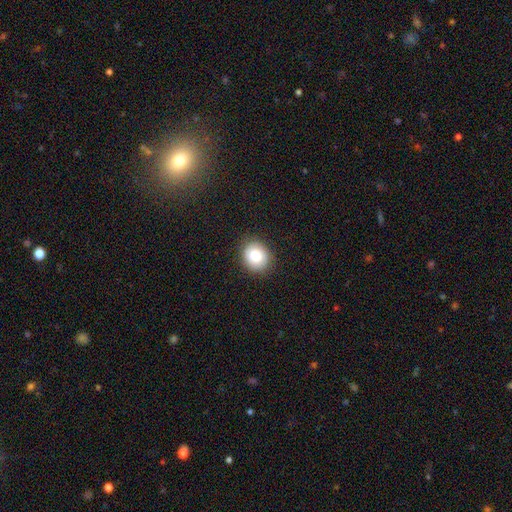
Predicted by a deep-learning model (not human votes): Q: Smooth or featured?
A: smooth (80%); runner-up: featured or disk (11%)
Q: How rounded?
A: round (70%); runner-up: in between (30%)
Q: Merging?
A: none (87%); runner-up: minor disturbance (9%)